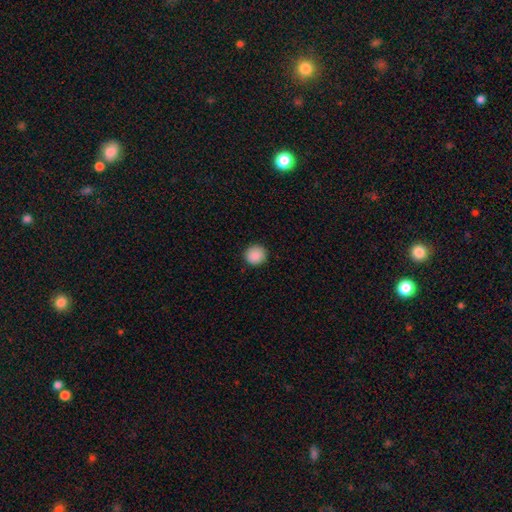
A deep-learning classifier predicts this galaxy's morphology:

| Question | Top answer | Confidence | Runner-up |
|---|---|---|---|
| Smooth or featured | smooth | 89% | star or artifact (8%) |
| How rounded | round | 94% | in between (5%) |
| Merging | none | 92% | minor disturbance (6%) |